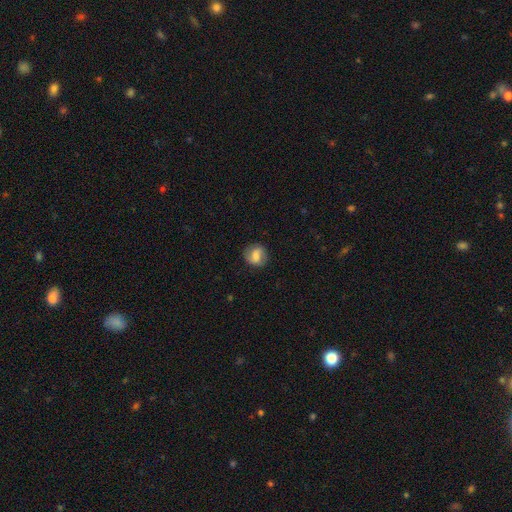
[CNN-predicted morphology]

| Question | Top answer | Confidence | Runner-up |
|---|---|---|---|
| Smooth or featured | smooth | 61% | featured or disk (30%) |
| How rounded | round | 69% | in between (29%) |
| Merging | none | 79% | minor disturbance (15%) |